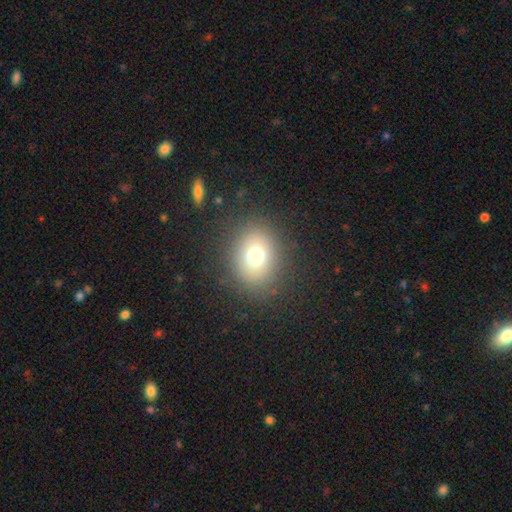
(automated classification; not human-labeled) smooth 70%, star or artifact 18%, featured or disk 12%. Down the decision tree: how rounded — round (68%); merging — none (85%).